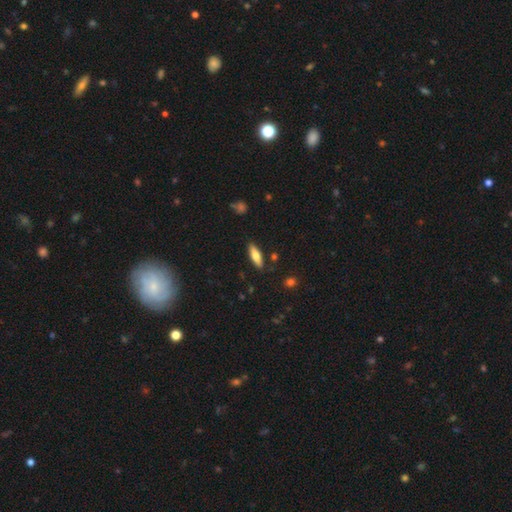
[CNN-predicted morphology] Smooth or featured? Predicted: smooth (p=0.69). How rounded? Predicted: cigar-shaped (p=0.54). Merging? Predicted: none (p=0.85).